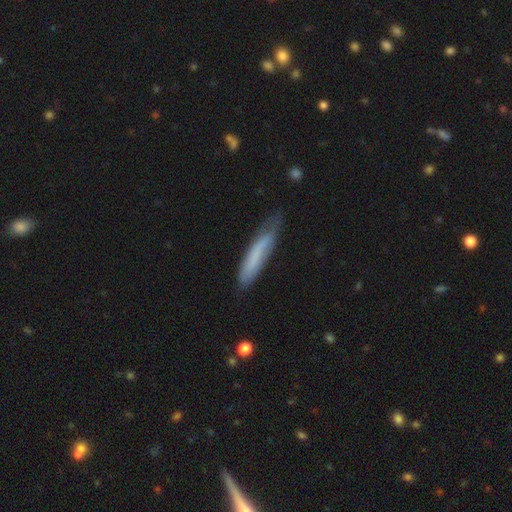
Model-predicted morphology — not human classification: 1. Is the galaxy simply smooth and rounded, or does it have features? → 64% smooth, 29% featured or disk, 7% star or artifact.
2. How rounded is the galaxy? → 86% cigar-shaped, 13% in between, 1% round.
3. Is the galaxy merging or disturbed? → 61% none, 29% minor disturbance, 8% major disturbance, 2% merger.